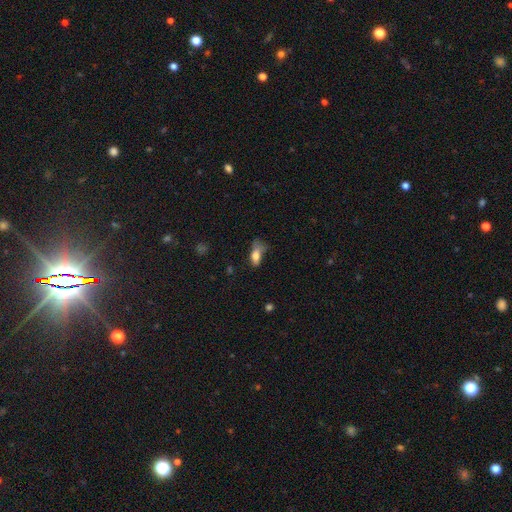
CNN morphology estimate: The model was most divided on "merging": minor disturbance: 34%, none: 32%, major disturbance: 29%, merger: 4%. More confident: how rounded — in between (84%); smooth or featured — smooth (77%).